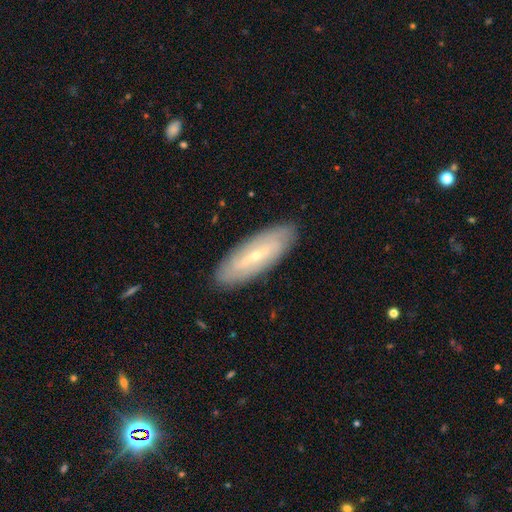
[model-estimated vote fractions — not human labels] This is likely a featured or disk galaxy (67%). It is likely not viewed edge-on (73%). Merging: clearly none (88%).